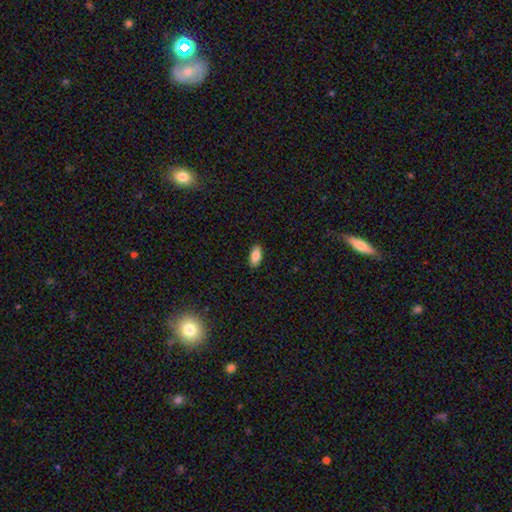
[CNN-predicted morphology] Overall: smooth (86%). How rounded: in between (90%). Merging: none (89%).